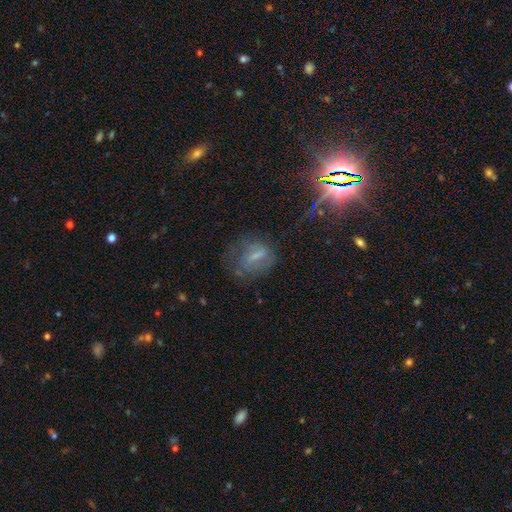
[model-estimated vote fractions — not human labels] The model was most divided on "smooth or featured": featured or disk: 41%, smooth: 39%, star or artifact: 20%. More confident: merging — none (54%).